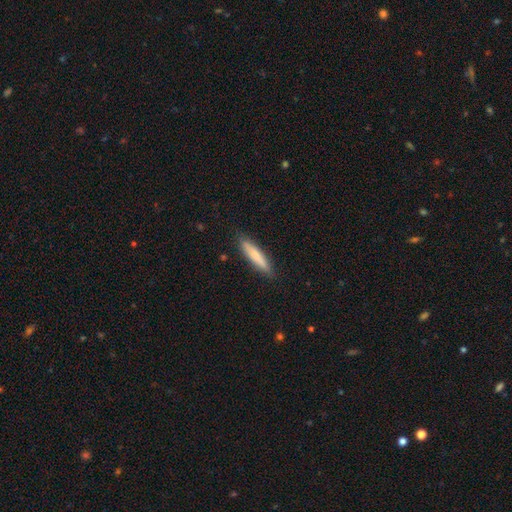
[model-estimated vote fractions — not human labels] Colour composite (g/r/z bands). It shows a smooth galaxy with no disk features (78%) that is cigar-shaped (87%). Merging: none (88%).